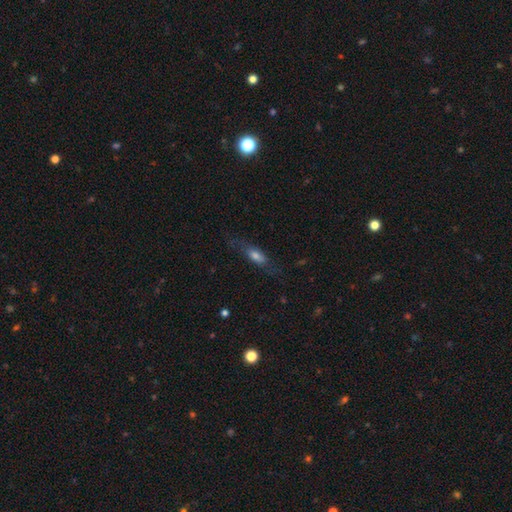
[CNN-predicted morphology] type=smooth (59%); roundness=in between (56%); merging=none (64%).